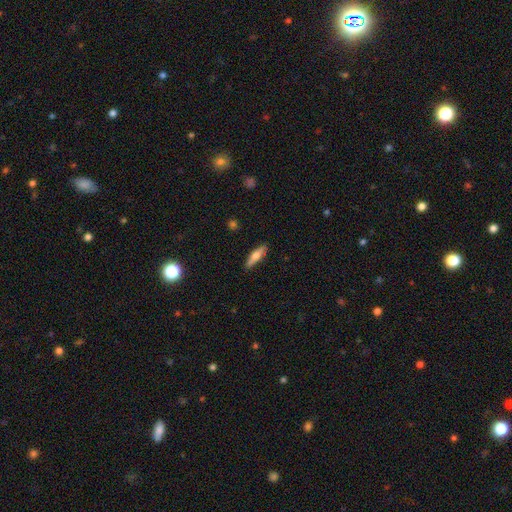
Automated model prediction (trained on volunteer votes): A smooth galaxy with no disk features (56%) that is cigar-shaped (70%).

Vote fractions:
- Smooth or featured? smooth: 56% / featured or disk: 37% / star or artifact: 6%
- How rounded? cigar-shaped: 70% / in between: 28% / round: 2%
- Merging? none: 87% / minor disturbance: 10% / major disturbance: 2% / merger: 1%